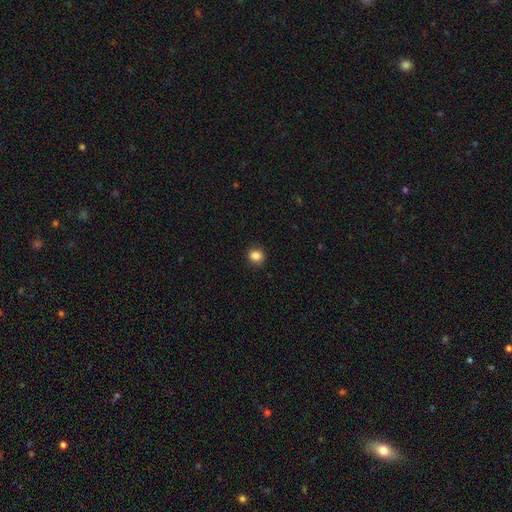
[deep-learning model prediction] A smooth galaxy with no disk features (87%) that is round (78%).

Vote fractions:
- Smooth or featured? smooth: 87% / star or artifact: 10% / featured or disk: 3%
- How rounded? round: 78% / in between: 21% / cigar-shaped: 1%
- Merging? none: 89% / minor disturbance: 8% / major disturbance: 2% / merger: 1%